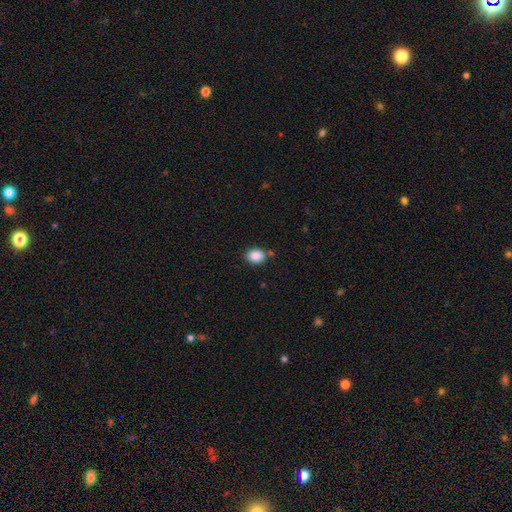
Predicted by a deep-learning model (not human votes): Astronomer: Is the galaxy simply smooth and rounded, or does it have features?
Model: smooth — 88%.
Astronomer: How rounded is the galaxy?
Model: in between — 62%.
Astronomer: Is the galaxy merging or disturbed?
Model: none — 77%.